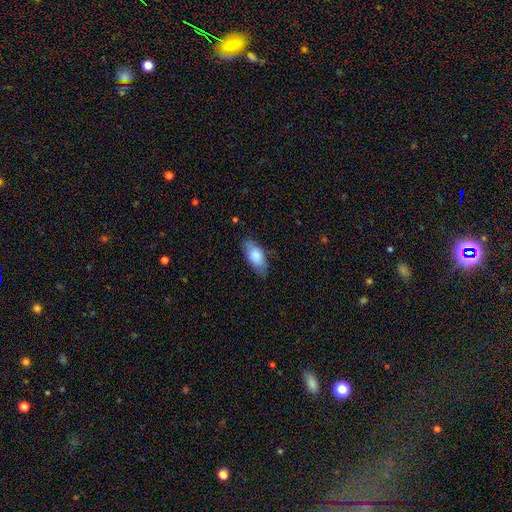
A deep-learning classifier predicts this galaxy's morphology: Overall: smooth (76%). How rounded: in between (88%). Merging: none (74%).